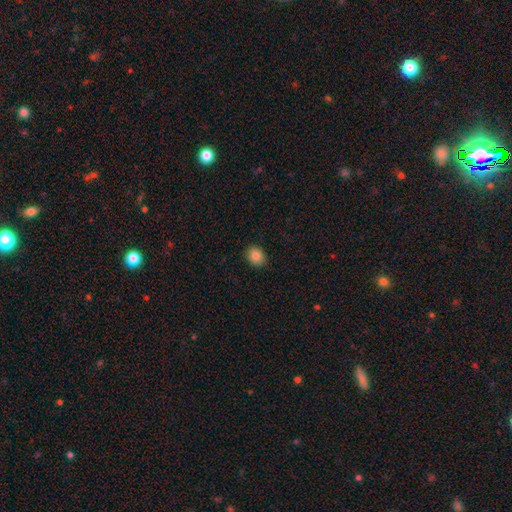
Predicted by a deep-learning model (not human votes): Smooth or featured? smooth (84%)
How rounded? round (59%)
Merging? none (88%)